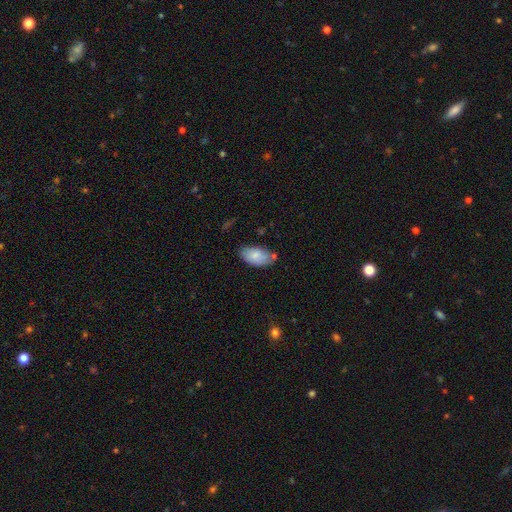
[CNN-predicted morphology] Smooth or featured? Predicted: smooth (p=0.81). How rounded? Predicted: in between (p=0.95). Merging? Predicted: none (p=0.64).